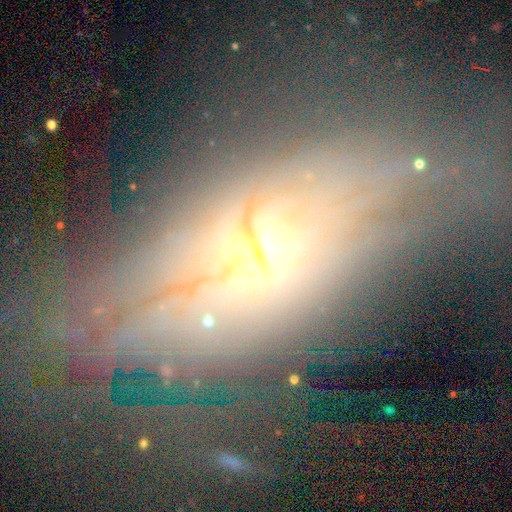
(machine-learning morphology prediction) This appears to be a featured or disk galaxy (63%). Merging: none (55%).